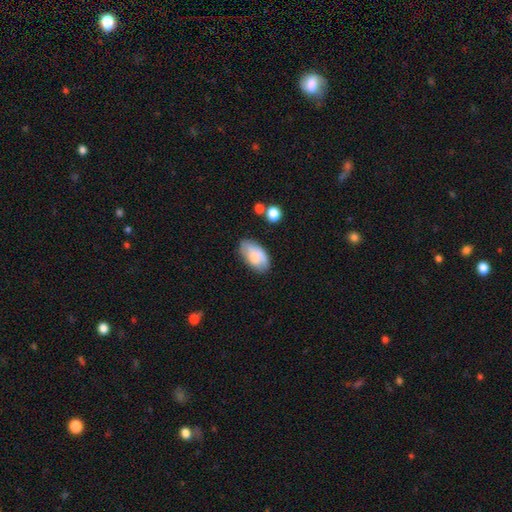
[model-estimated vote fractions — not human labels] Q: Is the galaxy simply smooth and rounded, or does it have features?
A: smooth — 68%.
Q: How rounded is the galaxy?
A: in between — 94%.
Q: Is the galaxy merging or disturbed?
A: none — 67%.